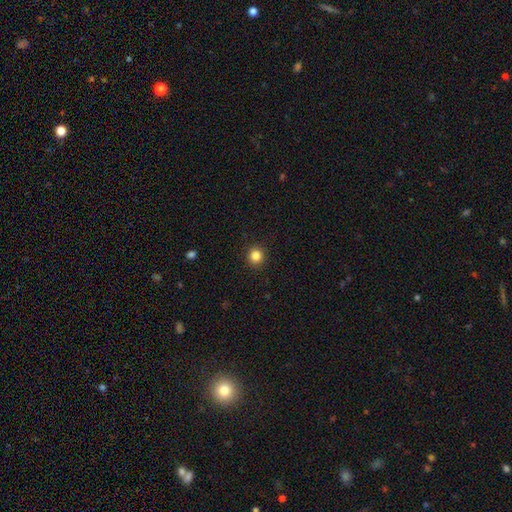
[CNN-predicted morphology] smooth-or-featured: smooth: 84% | star or artifact: 12% | featured or disk: 4%
  how-rounded: round: 92% | in between: 7% | cigar-shaped: 1%
  merging: none: 92% | minor disturbance: 5% | major disturbance: 2% | merger: 1%